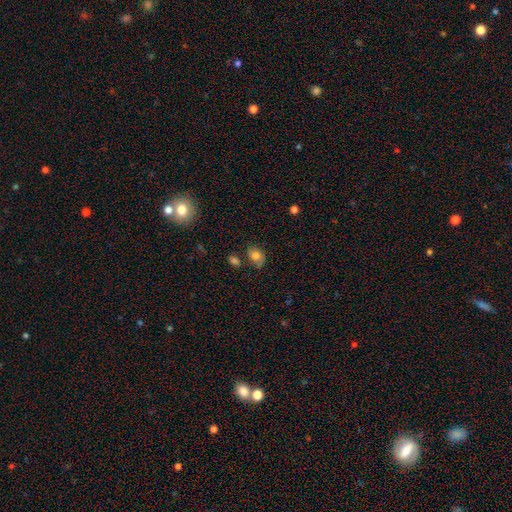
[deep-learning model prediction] A smooth galaxy with no disk features (72%) that is in between round and cigar-shaped (74%).

Vote fractions:
- Smooth or featured? smooth: 72% / featured or disk: 18% / star or artifact: 10%
- How rounded? in between: 74% / round: 25% / cigar-shaped: 1%
- Merging? none: 61% / minor disturbance: 24% / major disturbance: 8% / merger: 7%